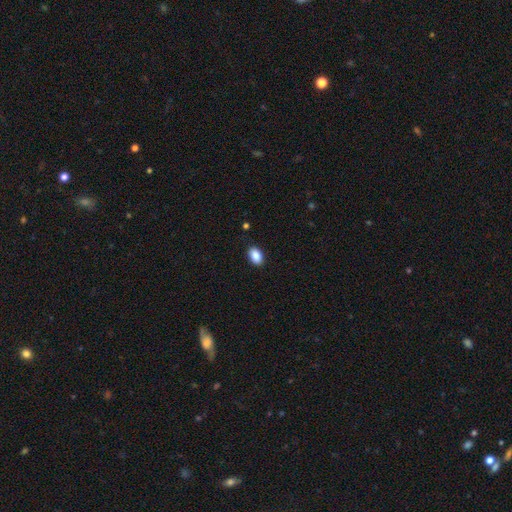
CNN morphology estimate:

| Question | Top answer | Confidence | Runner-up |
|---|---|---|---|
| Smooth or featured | smooth | 89% | star or artifact (8%) |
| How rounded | in between | 88% | round (11%) |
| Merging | none | 89% | minor disturbance (8%) |